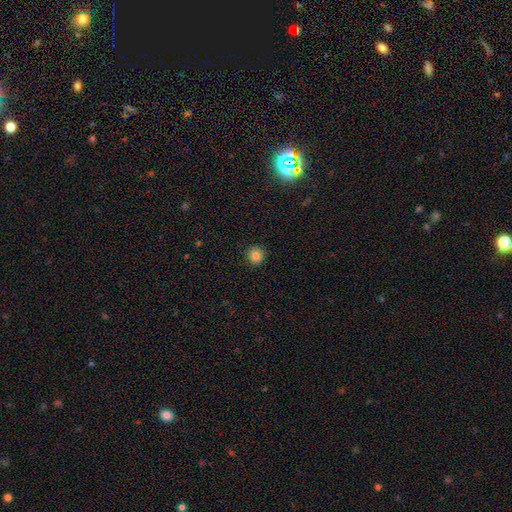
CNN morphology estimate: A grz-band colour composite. It shows a smooth galaxy with no disk features (82%) that is round (92%). Merging: none (89%).